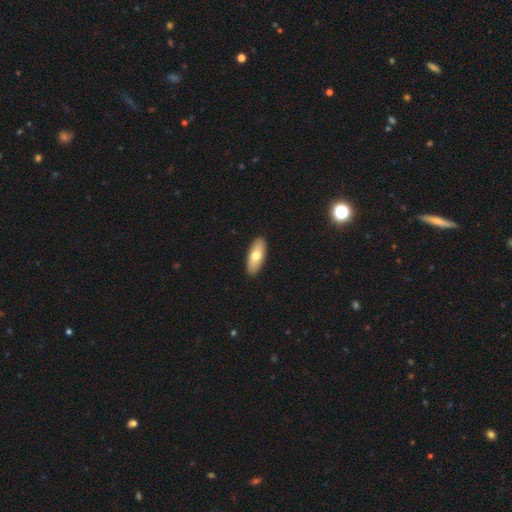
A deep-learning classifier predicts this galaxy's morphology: Smooth or featured? Predicted: smooth (p=0.71). How rounded? Predicted: in between (p=0.81). Merging? Predicted: none (p=0.91).